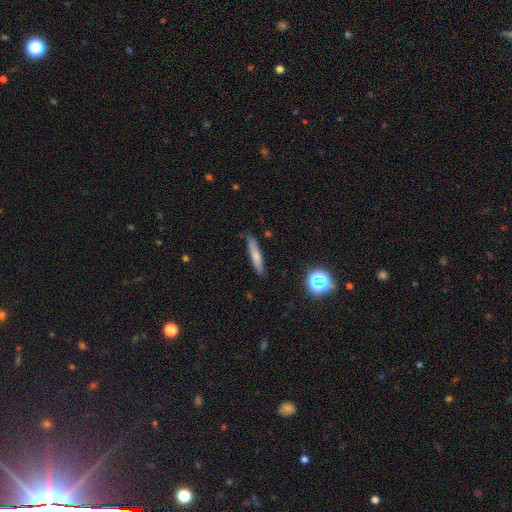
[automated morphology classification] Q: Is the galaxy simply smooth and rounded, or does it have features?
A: smooth — 68%.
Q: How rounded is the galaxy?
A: cigar-shaped — 89%.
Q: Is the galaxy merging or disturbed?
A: none — 86%.